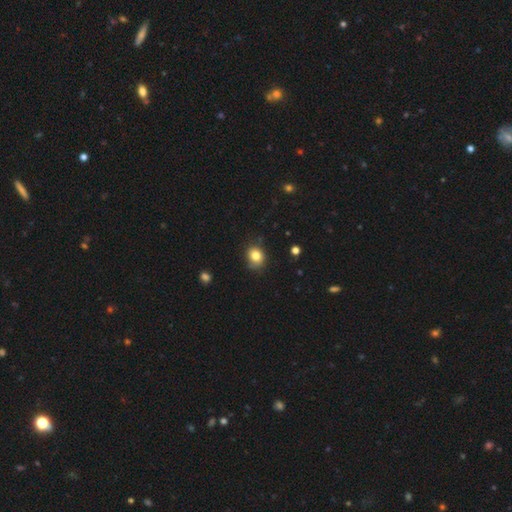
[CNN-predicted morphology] smooth-or-featured: smooth: 81% | star or artifact: 11% | featured or disk: 8%
  how-rounded: round: 68% | in between: 32% | cigar-shaped: 1%
  merging: none: 73% | minor disturbance: 21% | major disturbance: 5% | merger: 2%